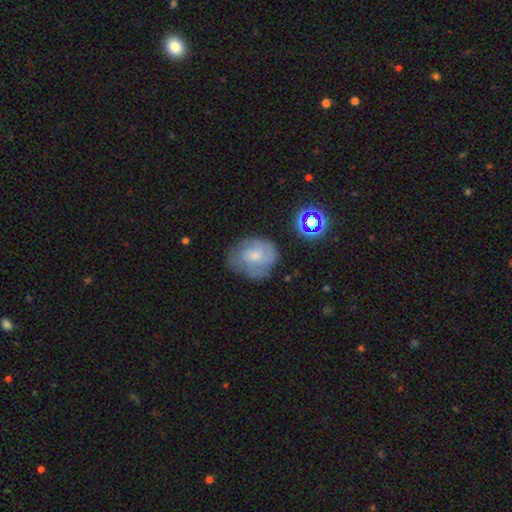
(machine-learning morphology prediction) Smooth or featured?
  - featured or disk: 44% * (tied)
  - smooth: 44% * (tied)
  - star or artifact: 12%
Merging?
  - none: 58% *
  - minor disturbance: 27%
  - major disturbance: 12%
  - merger: 3%